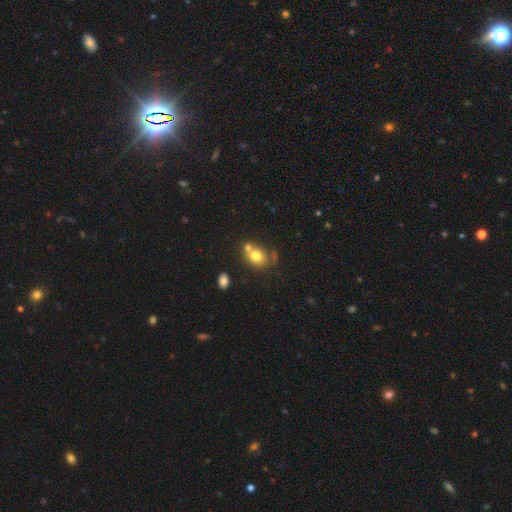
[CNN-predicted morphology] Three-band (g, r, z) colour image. It shows a smooth galaxy with no disk features (76%) that is in between round and cigar-shaped (51%). Merging: none (46%).